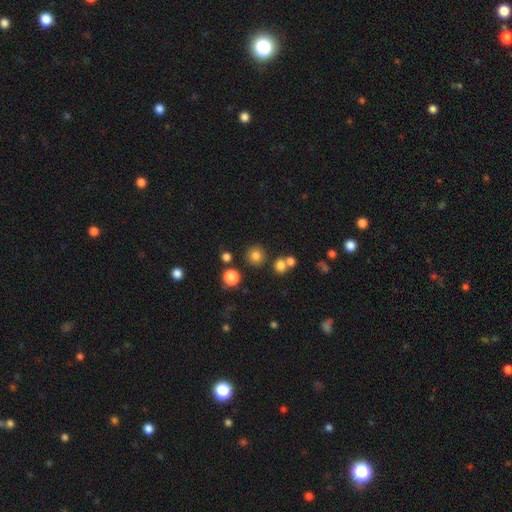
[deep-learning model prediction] A smooth galaxy with no disk features (78%) that is round (92%). Merging: none (81%).